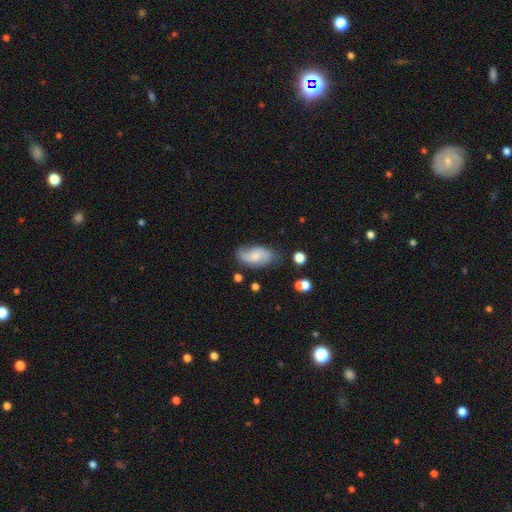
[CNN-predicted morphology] type=featured or disk (51%); edge-on=no (95%); merging=none (70%).